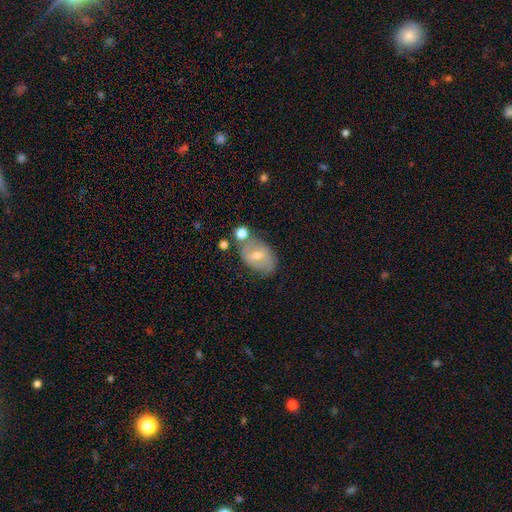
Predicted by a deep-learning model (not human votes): A featured or disk galaxy (49%). Merging: none (59%).